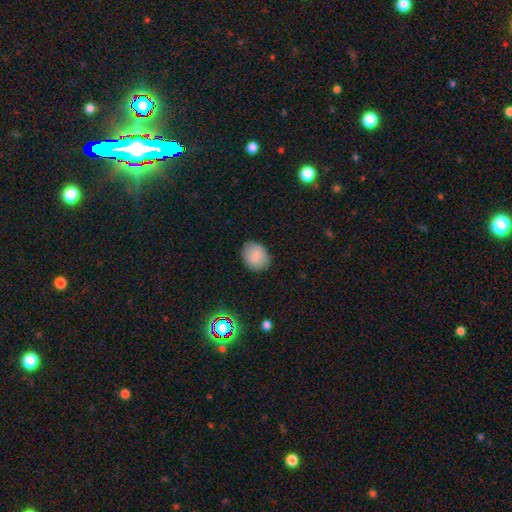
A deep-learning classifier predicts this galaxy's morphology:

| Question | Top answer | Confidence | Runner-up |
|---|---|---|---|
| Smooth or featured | smooth | 80% | featured or disk (11%) |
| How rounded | in between | 52% | round (46%) |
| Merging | none | 84% | minor disturbance (12%) |